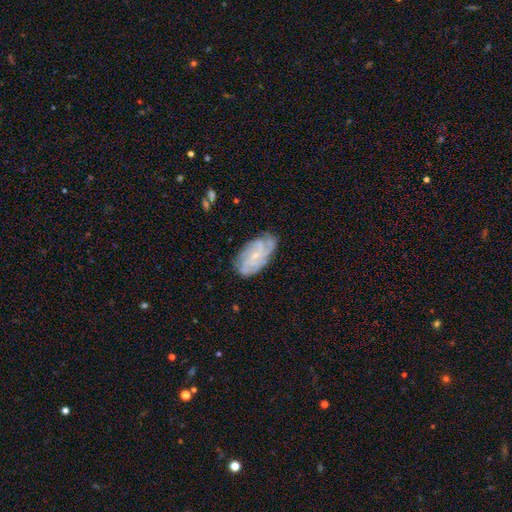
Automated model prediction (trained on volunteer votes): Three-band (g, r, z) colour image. It shows a featured or disk galaxy (80%) with no bar (64%), tight (61%) spiral arms (95%) and a small central bulge (73%). Merging: none (74%).